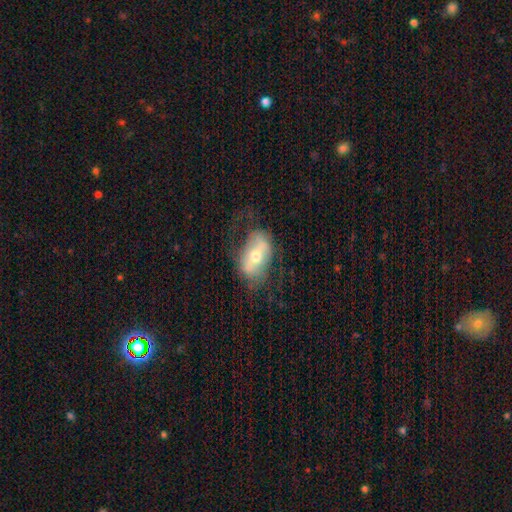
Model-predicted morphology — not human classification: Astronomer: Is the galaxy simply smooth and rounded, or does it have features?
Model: featured or disk — 57% (runner-up: smooth, 35%).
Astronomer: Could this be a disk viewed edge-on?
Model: no — 87%.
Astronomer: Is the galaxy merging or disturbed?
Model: none — 59%.